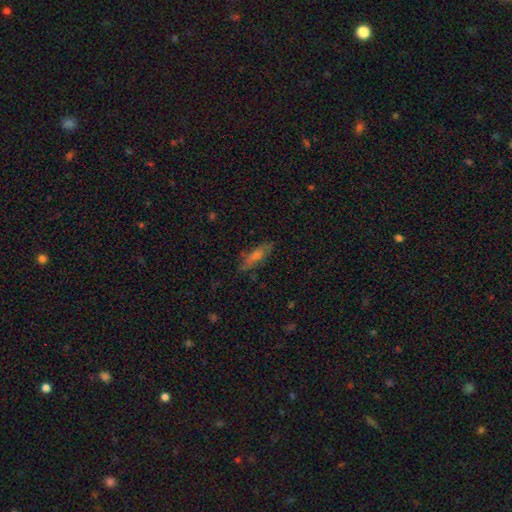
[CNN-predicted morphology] A smooth galaxy with no disk features (45%). Merging: none (79%).